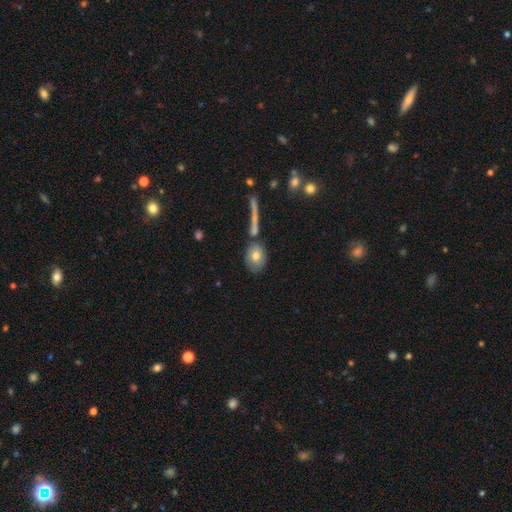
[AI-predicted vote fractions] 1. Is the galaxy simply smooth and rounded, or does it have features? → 73% smooth, 20% featured or disk, 7% star or artifact.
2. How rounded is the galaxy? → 71% in between, 24% round, 5% cigar-shaped.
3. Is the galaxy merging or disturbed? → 65% none, 17% merger, 13% minor disturbance, 5% major disturbance.